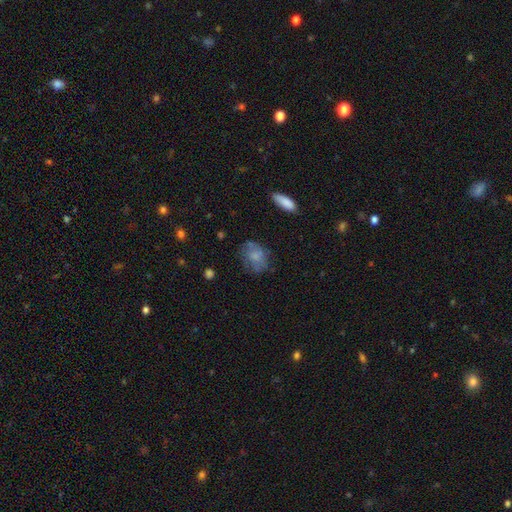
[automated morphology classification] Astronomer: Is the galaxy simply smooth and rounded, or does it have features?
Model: smooth — 64%.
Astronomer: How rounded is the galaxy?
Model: in between — 55% (runner-up: round, 43%).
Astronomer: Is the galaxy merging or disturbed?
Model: none — 56%.